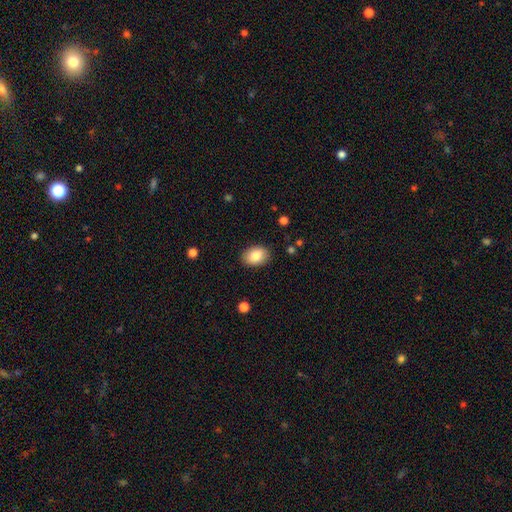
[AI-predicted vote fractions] This appears to be a smooth galaxy with no disk features (84%) that is in between round and cigar-shaped (81%). Merging: none (88%).